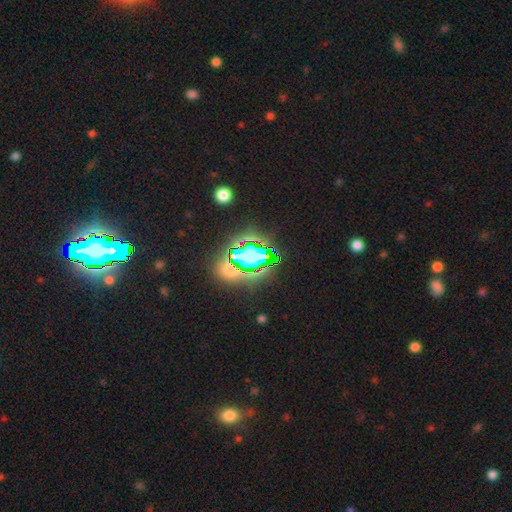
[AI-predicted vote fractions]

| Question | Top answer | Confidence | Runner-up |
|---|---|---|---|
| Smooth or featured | star or artifact | 60% | smooth (24%) |